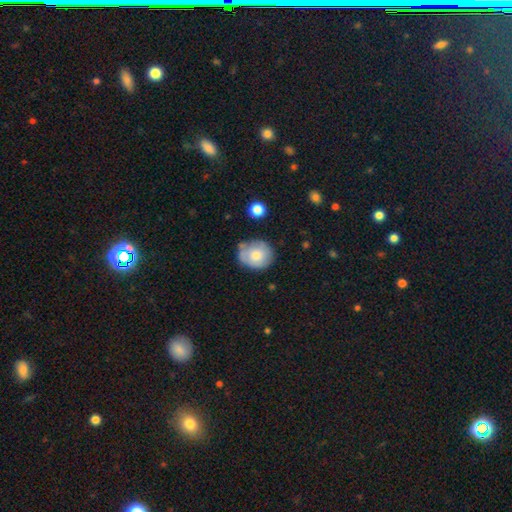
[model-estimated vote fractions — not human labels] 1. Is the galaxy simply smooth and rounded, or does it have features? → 68% smooth, 25% featured or disk, 7% star or artifact.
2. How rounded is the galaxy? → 71% round, 28% in between, 1% cigar-shaped.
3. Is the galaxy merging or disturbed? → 63% none, 25% minor disturbance, 6% merger, 6% major disturbance.